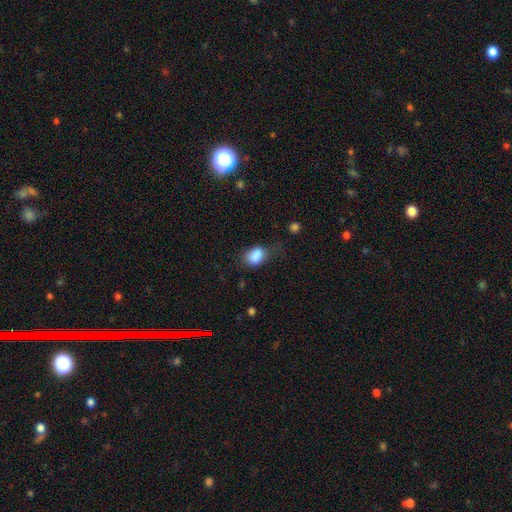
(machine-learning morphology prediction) Smooth or featured? smooth (86%)
How rounded? in between (72%)
Merging? none (50%)